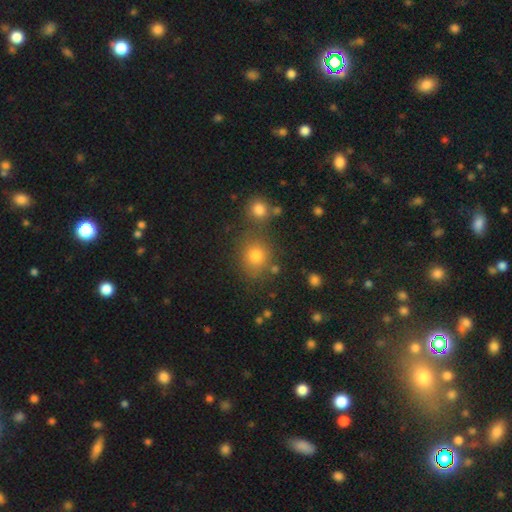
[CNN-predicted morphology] The model was most divided on "merging": none: 71%, merger: 15%, minor disturbance: 10%, major disturbance: 4%. More confident: how rounded — round (81%); smooth or featured — smooth (77%).